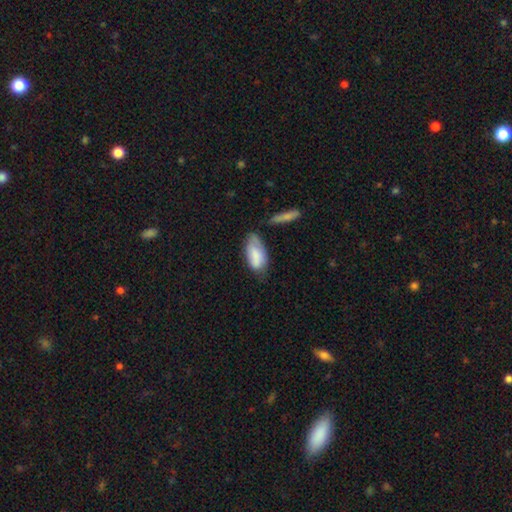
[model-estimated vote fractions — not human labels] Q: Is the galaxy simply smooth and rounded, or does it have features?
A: smooth — 77%.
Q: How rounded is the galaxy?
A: in between — 89%.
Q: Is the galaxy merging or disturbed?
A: none — 44%.